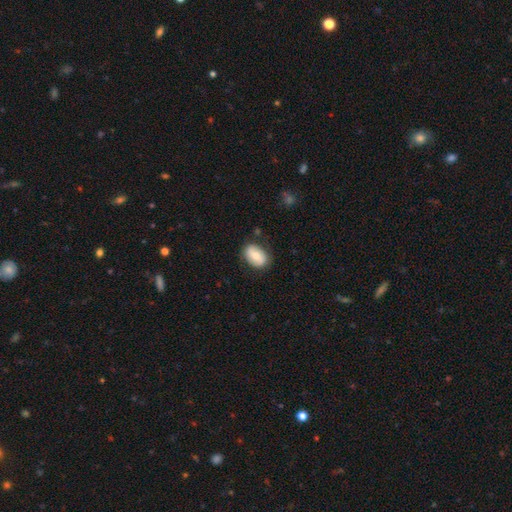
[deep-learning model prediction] smooth 68%, featured or disk 25%, star or artifact 7%. Down the decision tree: how rounded — in between (85%); merging — none (80%).